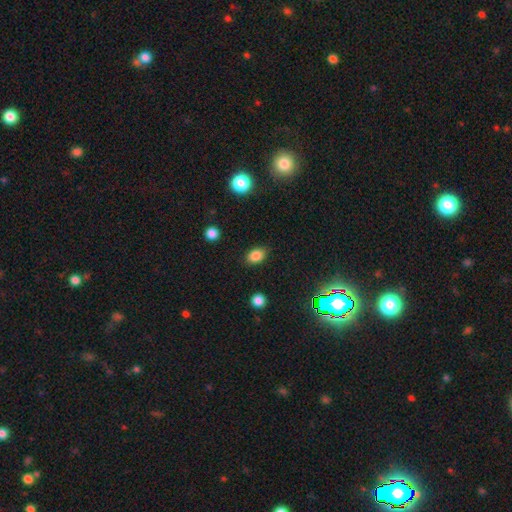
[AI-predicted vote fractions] This is clearly a smooth galaxy (84%). How rounded: likely in between (77%). Merging: clearly none (85%).